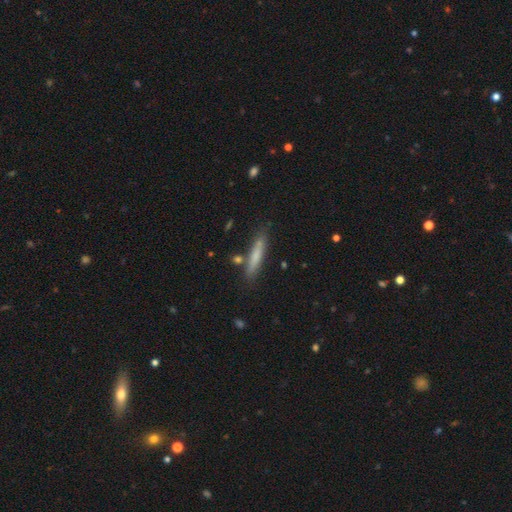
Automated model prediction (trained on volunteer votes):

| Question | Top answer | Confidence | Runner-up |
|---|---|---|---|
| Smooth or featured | smooth | 70% | featured or disk (24%) |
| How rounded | cigar-shaped | 91% | in between (7%) |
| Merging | none | 81% | minor disturbance (12%) |